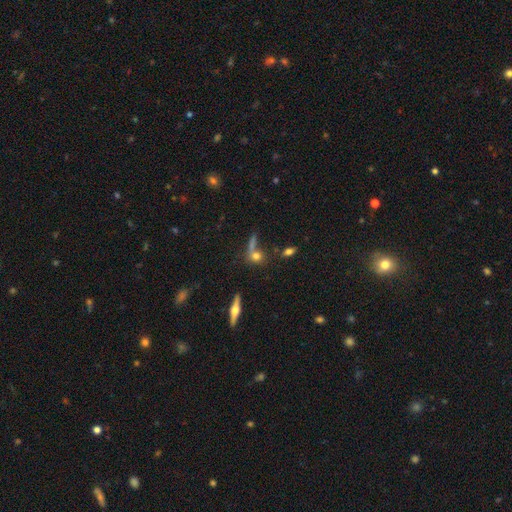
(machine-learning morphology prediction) Smooth or featured? smooth (67%)
How rounded? round (62%)
Merging? none (55%)